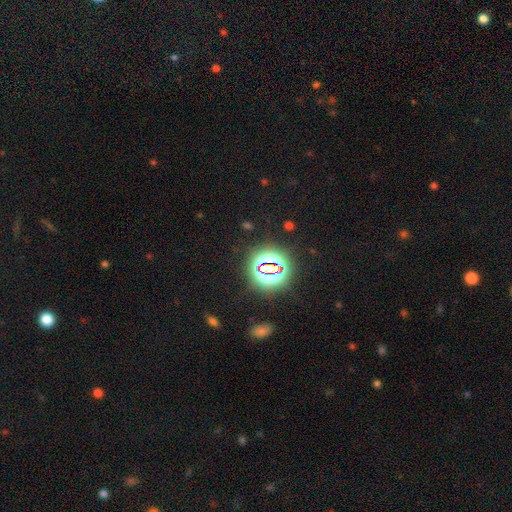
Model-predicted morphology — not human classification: smooth_or_featured: star or artifact (p=0.80) [alt: smooth p=0.13]